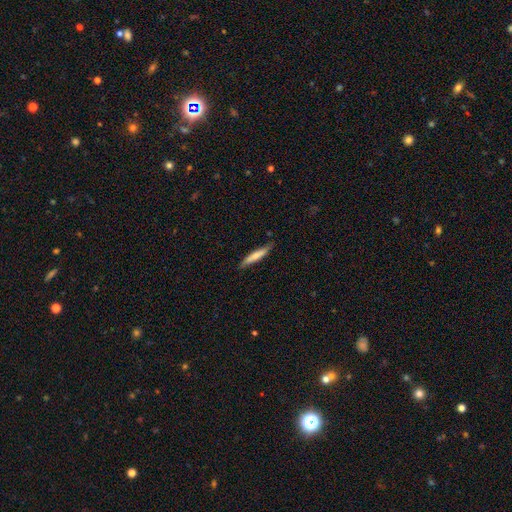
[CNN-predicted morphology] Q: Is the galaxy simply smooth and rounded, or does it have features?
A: smooth — 68%.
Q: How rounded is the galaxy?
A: cigar-shaped — 92%.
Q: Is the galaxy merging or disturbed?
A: none — 81%.